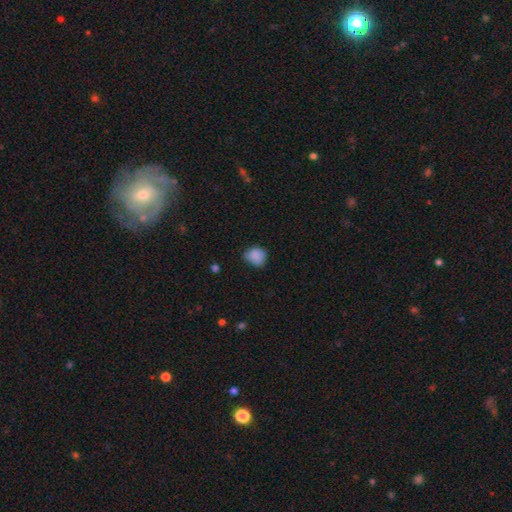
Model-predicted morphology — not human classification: Smooth or featured?
  - smooth: 84% *
  - star or artifact: 9%
  - featured or disk: 7%
How rounded?
  - round: 69% *
  - in between: 30%
  - cigar-shaped: 1%
Merging?
  - none: 56% *
  - minor disturbance: 35%
  - major disturbance: 7%
  - merger: 2%